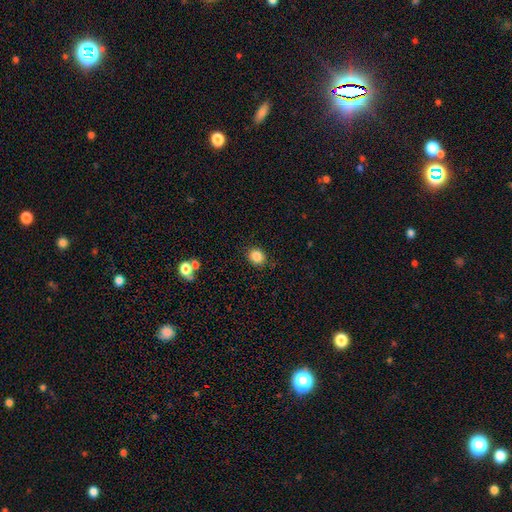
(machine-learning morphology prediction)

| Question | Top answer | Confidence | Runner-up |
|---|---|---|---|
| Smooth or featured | smooth | 85% | star or artifact (10%) |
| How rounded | round | 65% | in between (34%) |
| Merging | none | 87% | minor disturbance (8%) |